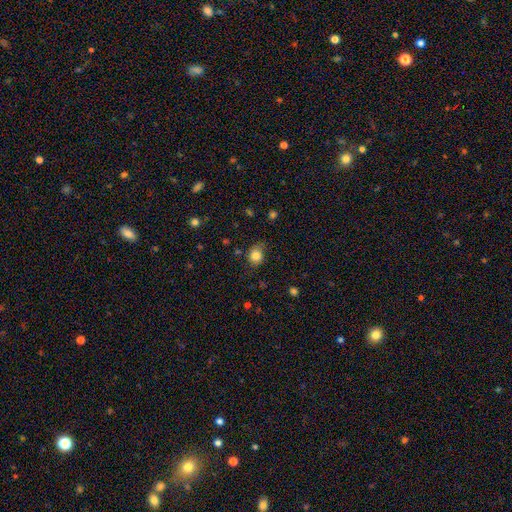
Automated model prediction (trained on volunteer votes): smooth-or-featured: smooth: 83% | star or artifact: 10% | featured or disk: 7%
  how-rounded: round: 63% | in between: 36% | cigar-shaped: 1%
  merging: none: 67% | minor disturbance: 25% | major disturbance: 6% | merger: 2%